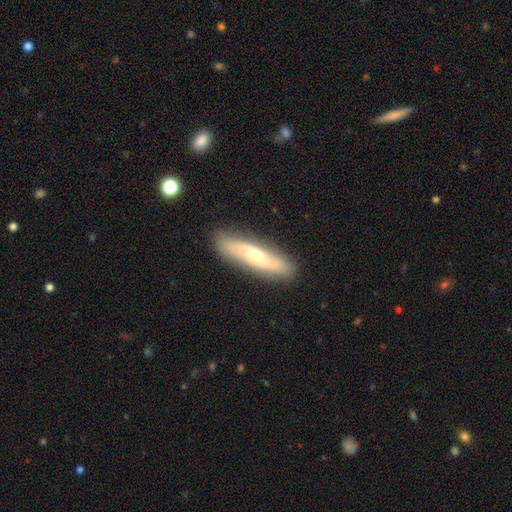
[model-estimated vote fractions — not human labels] Smooth or featured: featured or disk — 53% (smooth — 41%)
Edge-on disk: no — 63% (yes — 37%)
Merging: none — 85% (minor disturbance — 11%)